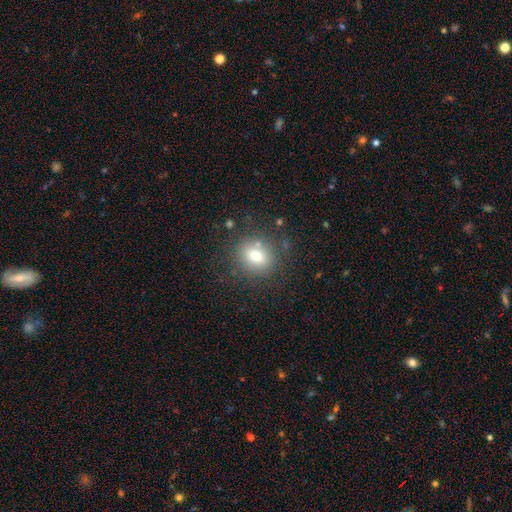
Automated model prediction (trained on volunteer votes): Overall: smooth (76%). How rounded: round (56%; in between 42%). Merging: none (79%).